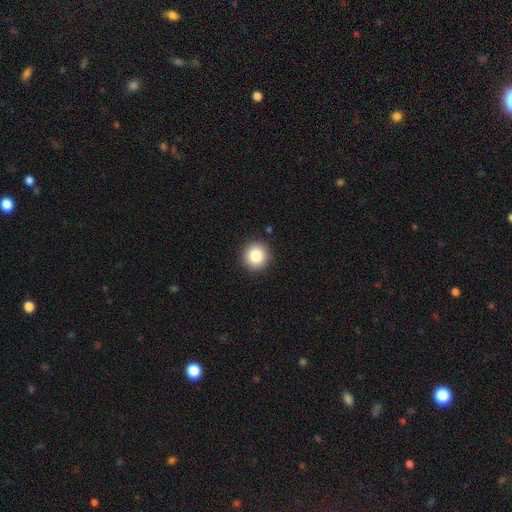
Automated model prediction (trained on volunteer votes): smooth 84%, star or artifact 10%, featured or disk 6%. Down the decision tree: how rounded — round (94%); merging — none (91%).